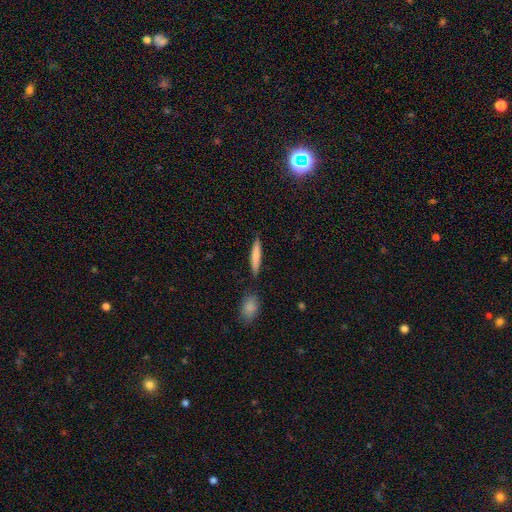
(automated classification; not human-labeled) smooth_or_featured: smooth (p=0.78) [alt: featured or disk p=0.17]
how_rounded: cigar-shaped (p=0.90) [alt: in between p=0.09]
merging: none (p=0.84) [alt: minor disturbance p=0.09]